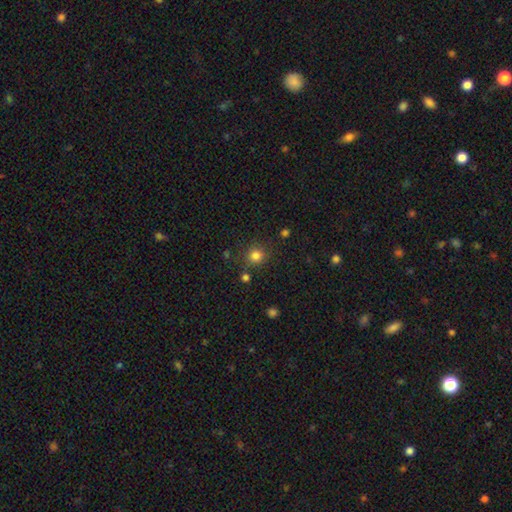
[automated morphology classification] type=smooth (81%); roundness=round (90%); merging=none (80%).